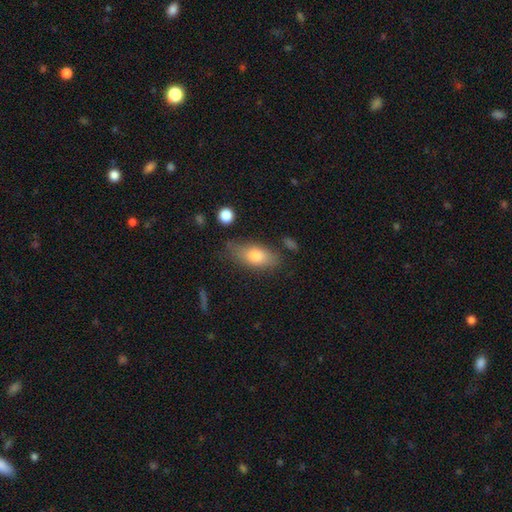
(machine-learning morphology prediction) This appears to be a smooth galaxy with no disk features (76%) that is in between round and cigar-shaped (83%). Merging: none (69%).